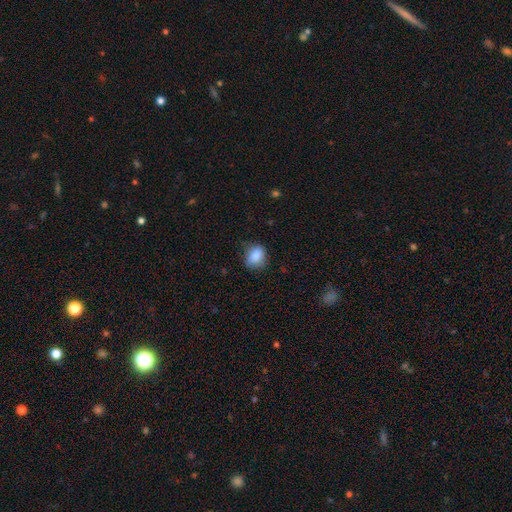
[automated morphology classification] Overall: smooth (86%). How rounded: in between (51%; round 48%). Merging: none (71%).